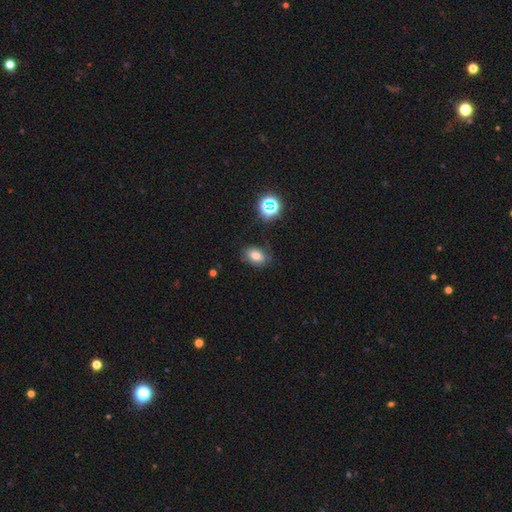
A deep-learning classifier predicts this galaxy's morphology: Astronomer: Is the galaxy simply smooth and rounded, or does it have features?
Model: smooth — 73%.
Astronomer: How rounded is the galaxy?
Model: in between — 80%.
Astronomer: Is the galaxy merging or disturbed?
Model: none — 76%.